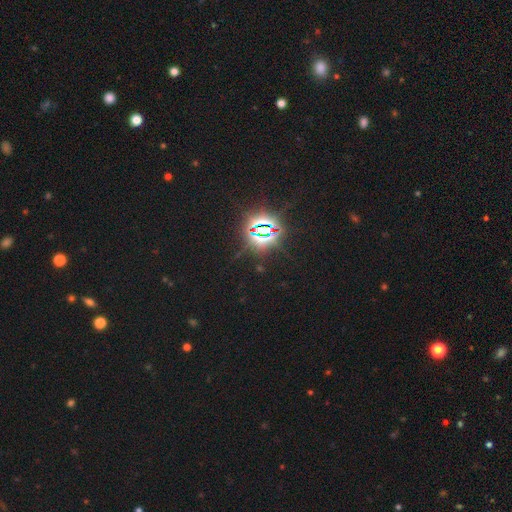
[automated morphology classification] Smooth or featured?
  - star or artifact: 85% *
  - smooth: 9%
  - featured or disk: 6%